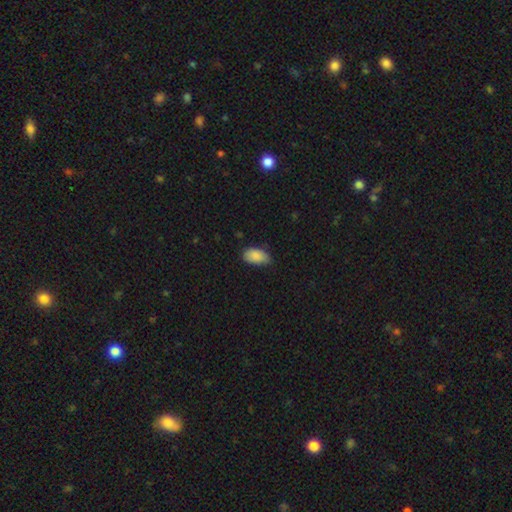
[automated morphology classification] Smooth or featured: smooth — 88% (star or artifact — 7%)
How rounded: in between — 94% (round — 4%)
Merging: none — 61% (minor disturbance — 33%)